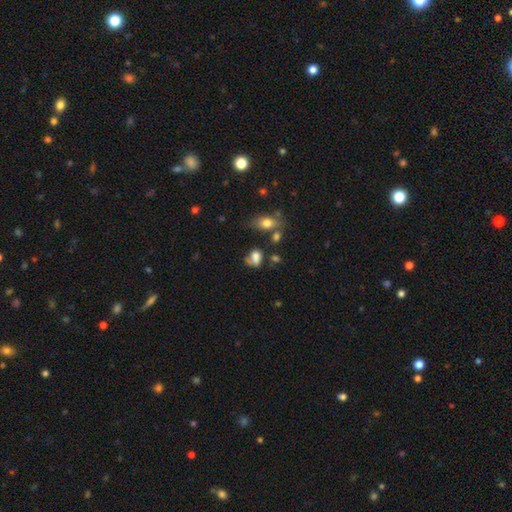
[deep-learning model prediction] Smooth or featured?
  - smooth: 70% *
  - featured or disk: 16%
  - star or artifact: 13%
How rounded?
  - in between: 67% *
  - round: 31%
  - cigar-shaped: 2%
Merging?
  - none: 38% *
  - minor disturbance: 27%
  - major disturbance: 18%
  - merger: 17%